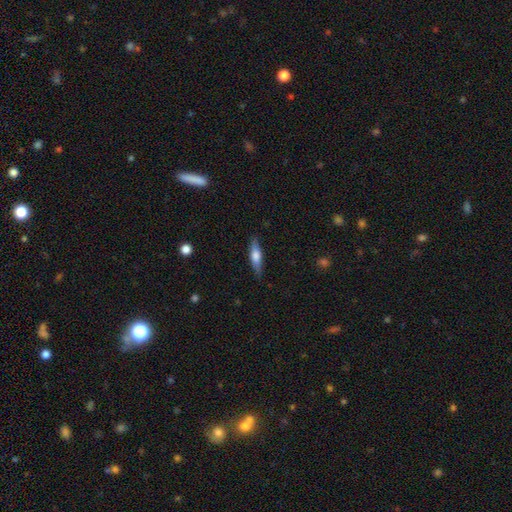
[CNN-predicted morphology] Smooth or featured? Predicted: smooth (p=0.56). How rounded? Predicted: cigar-shaped (p=0.66). Merging? Predicted: none (p=0.85).